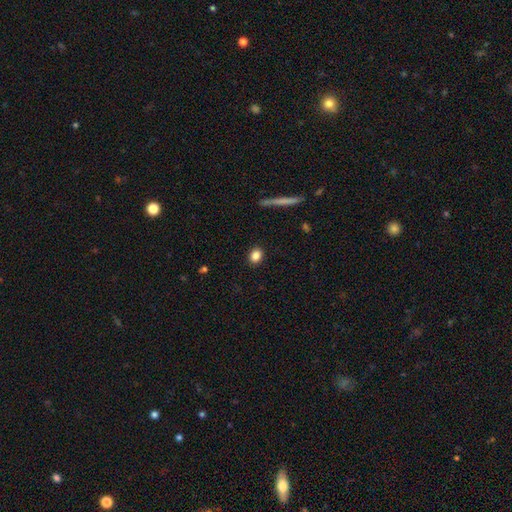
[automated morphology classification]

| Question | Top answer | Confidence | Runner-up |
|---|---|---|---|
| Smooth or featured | smooth | 85% | star or artifact (9%) |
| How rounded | in between | 55% | round (43%) |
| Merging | none | 90% | minor disturbance (7%) |